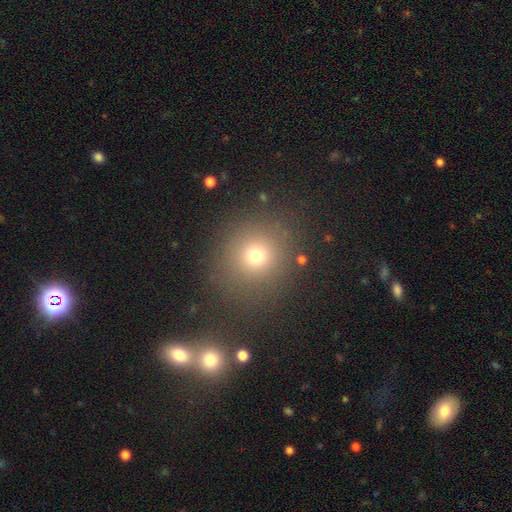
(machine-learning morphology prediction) Smooth or featured? Predicted: smooth (p=0.71). How rounded? Predicted: round (p=0.87). Merging? Predicted: none (p=0.82).